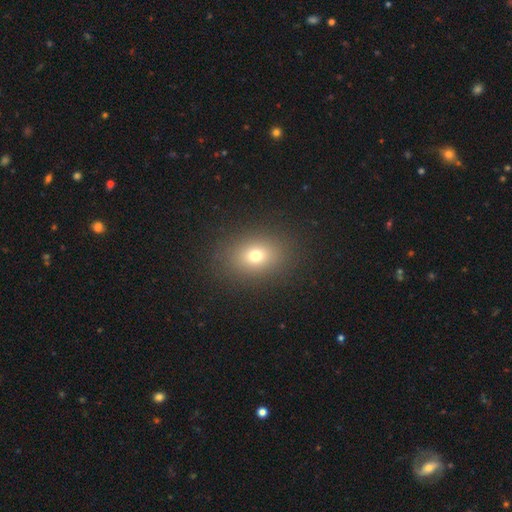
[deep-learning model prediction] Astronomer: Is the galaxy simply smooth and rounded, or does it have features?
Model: smooth — 73%.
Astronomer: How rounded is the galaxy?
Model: in between — 56% (runner-up: round, 43%).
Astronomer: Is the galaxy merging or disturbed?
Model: none — 88%.